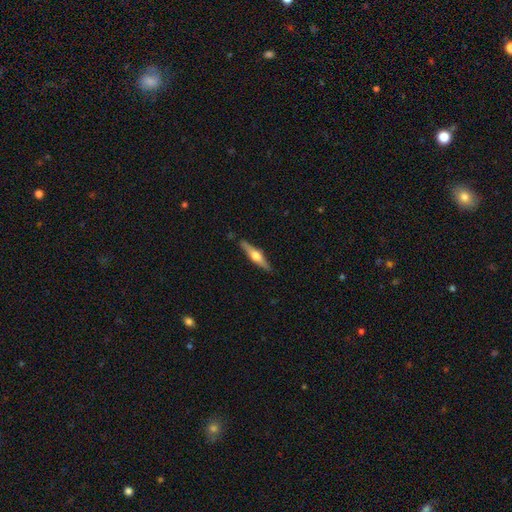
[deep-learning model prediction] A featured or disk galaxy (66%) viewed edge-on (97%) with a rounded central bulge (94%). Merging: none (88%).